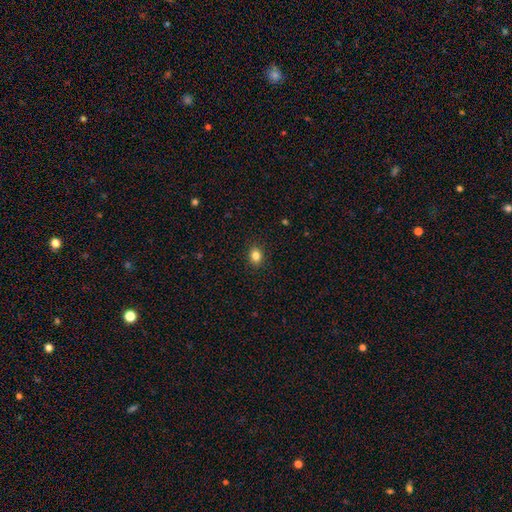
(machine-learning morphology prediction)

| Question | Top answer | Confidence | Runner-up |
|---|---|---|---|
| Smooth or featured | smooth | 84% | star or artifact (11%) |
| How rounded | round | 54% | in between (45%) |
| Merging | none | 90% | minor disturbance (7%) |